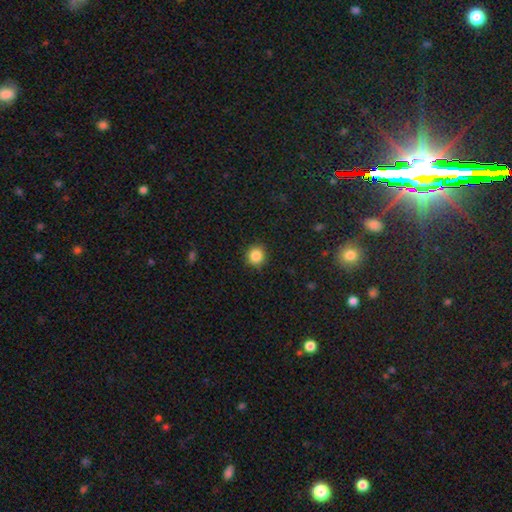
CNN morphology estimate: smooth 86%, star or artifact 10%, featured or disk 4%. Down the decision tree: how rounded — round (90%); merging — none (90%).